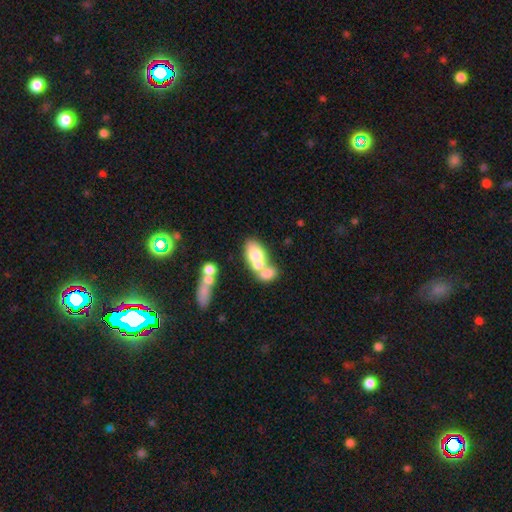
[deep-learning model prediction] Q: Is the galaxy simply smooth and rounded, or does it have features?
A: smooth — 63%.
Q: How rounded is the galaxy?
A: in between — 83%.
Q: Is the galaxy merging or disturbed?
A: merger — 64%.